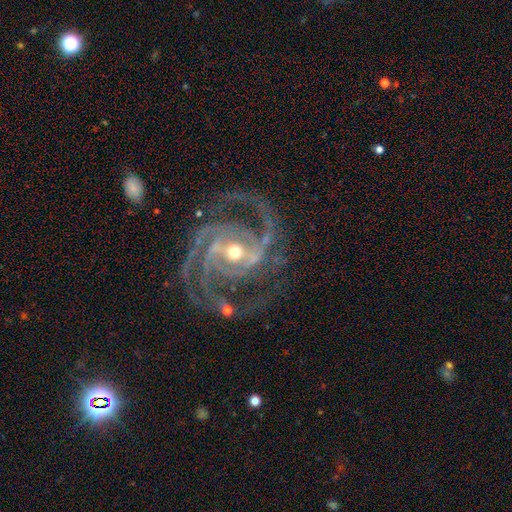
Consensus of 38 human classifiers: Smooth or featured? 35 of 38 (92%) said featured or disk. Edge-on disk? 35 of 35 (100%) said no. Bar? 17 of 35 (49%) said strong. Spiral arms? 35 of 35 (100%) said yes. Spiral winding? 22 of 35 (63%) said medium. Spiral arm count? 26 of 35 (74%) said 3. Bulge size? 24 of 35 (69%) said moderate. Merging? 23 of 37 (62%) said none.